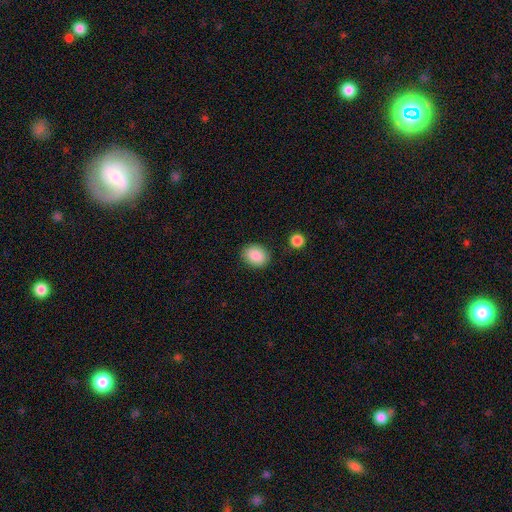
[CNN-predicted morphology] Q: Smooth or featured?
A: smooth (88%); runner-up: star or artifact (8%)
Q: How rounded?
A: in between (56%); runner-up: round (43%)
Q: Merging?
A: none (86%); runner-up: minor disturbance (10%)